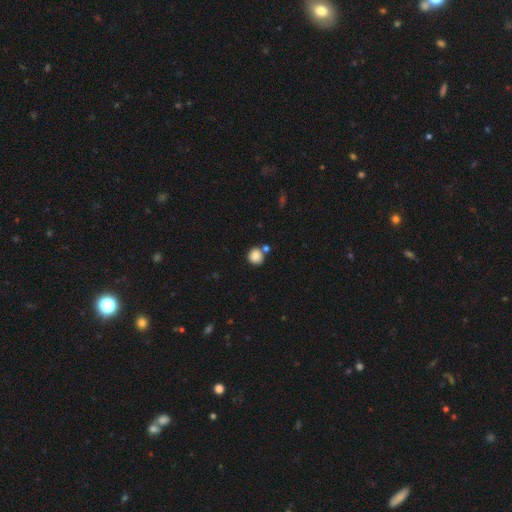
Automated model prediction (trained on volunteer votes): This appears to be a smooth galaxy with no disk features (86%) that is round (88%). Merging: none (67%).